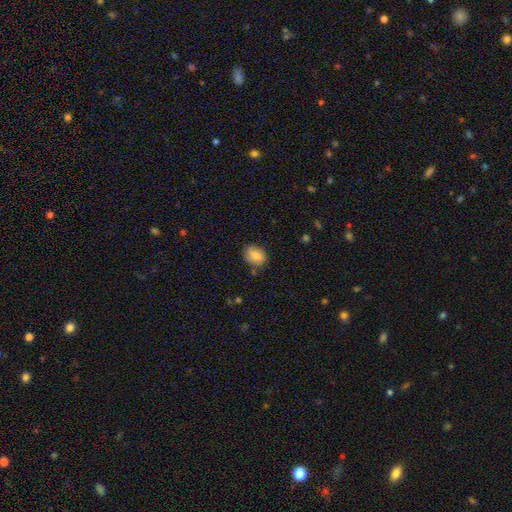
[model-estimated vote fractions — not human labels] smooth_or_featured: smooth (p=0.76) [alt: featured or disk p=0.15]
how_rounded: in between (p=0.54) [alt: round p=0.45]
merging: none (p=0.67) [alt: minor disturbance p=0.24]